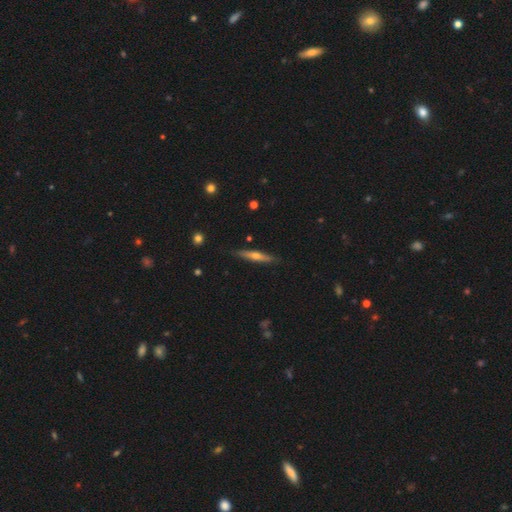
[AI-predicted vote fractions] Smooth or featured?
  - featured or disk: 58% *
  - smooth: 35%
  - star or artifact: 6%
Edge-on disk?
  - yes: 94% *
  - no: 6%
Edge-on bulge?
  - rounded: 82% *
  - none: 14%
  - boxy: 3%
Merging?
  - none: 85% *
  - minor disturbance: 11%
  - major disturbance: 2%
  - merger: 1%